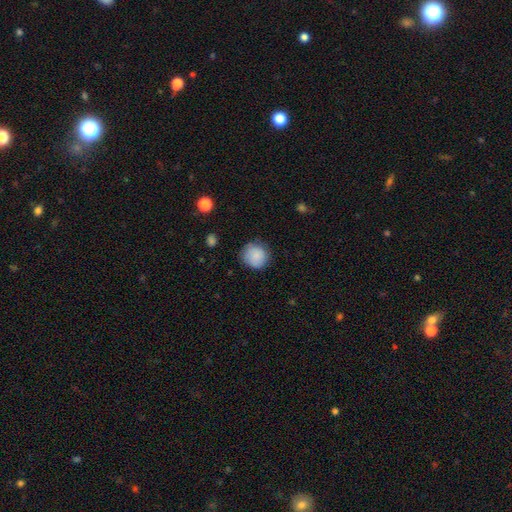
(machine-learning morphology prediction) A smooth galaxy with no disk features (84%) that is round (88%).

Vote fractions:
- Smooth or featured? smooth: 84% / featured or disk: 9% / star or artifact: 7%
- How rounded? round: 88% / in between: 11% / cigar-shaped: 1%
- Merging? none: 76% / minor disturbance: 19% / major disturbance: 4% / merger: 1%